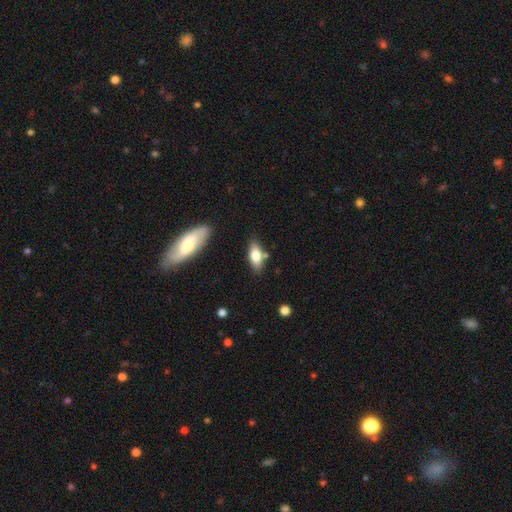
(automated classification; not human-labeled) smooth_or_featured: smooth (p=0.74) [alt: featured or disk p=0.19]
how_rounded: in between (p=0.78) [alt: cigar-shaped p=0.18]
merging: none (p=0.73) [alt: minor disturbance p=0.14]